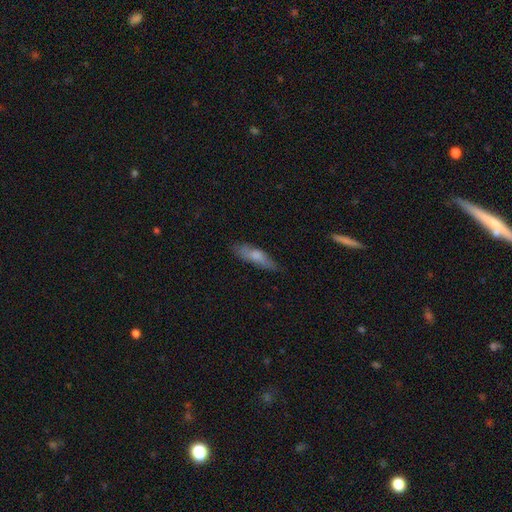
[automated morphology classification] type=smooth (67%); roundness=cigar-shaped (64%); merging=none (68%).